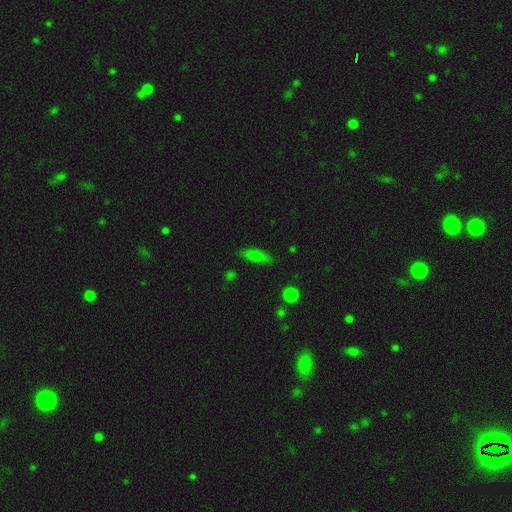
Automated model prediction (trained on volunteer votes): Smooth or featured?
  - smooth: 74% *
  - featured or disk: 15%
  - star or artifact: 11%
How rounded?
  - in between: 53% *
  - cigar-shaped: 43%
  - round: 3%
Merging?
  - none: 80% *
  - minor disturbance: 15%
  - major disturbance: 3%
  - merger: 2%